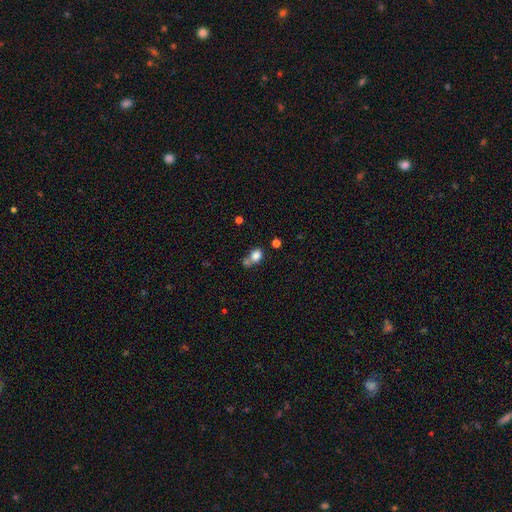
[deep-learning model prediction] A smooth galaxy with no disk features (80%) that is round (52%).

Vote fractions:
- Smooth or featured? smooth: 80% / star or artifact: 11% / featured or disk: 9%
- How rounded? round: 52% / in between: 46% / cigar-shaped: 1%
- Merging? none: 42% / merger: 39% / minor disturbance: 13% / major disturbance: 7%